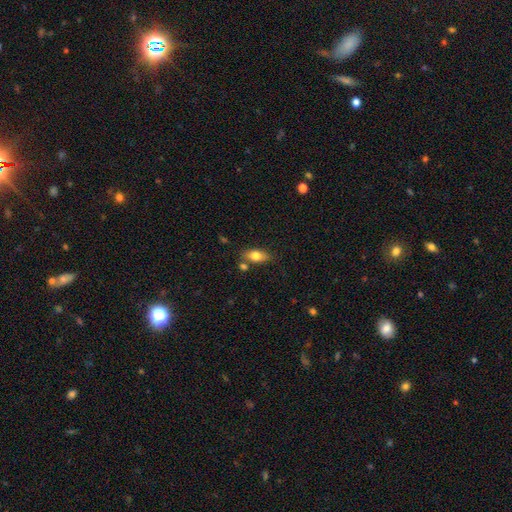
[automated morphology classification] The model was most divided on "smooth or featured": smooth: 74%, featured or disk: 18%, star or artifact: 8%. More confident: how rounded — in between (84%); merging — none (73%).